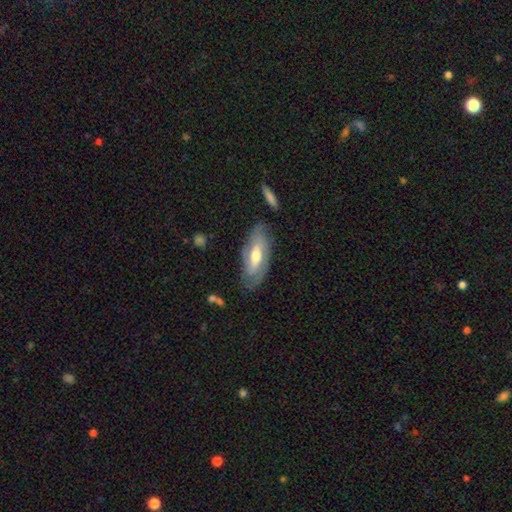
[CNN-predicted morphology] This appears to be a featured or disk galaxy (58%). Merging: none (73%).